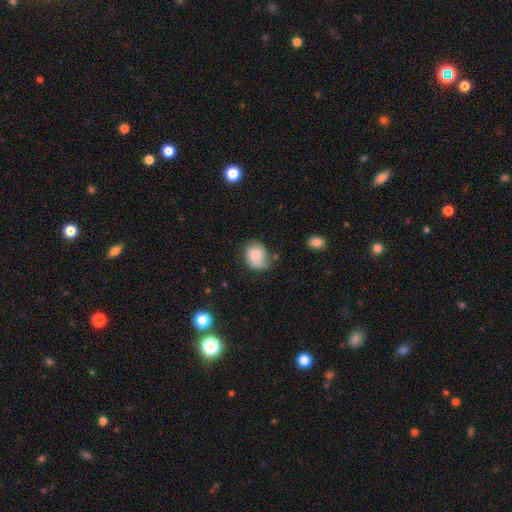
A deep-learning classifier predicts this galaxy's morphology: smooth-or-featured: smooth: 74% | featured or disk: 18% | star or artifact: 8%
  how-rounded: round: 51% | in between: 48% | cigar-shaped: 1%
  merging: none: 47% | minor disturbance: 34% | major disturbance: 15% | merger: 4%